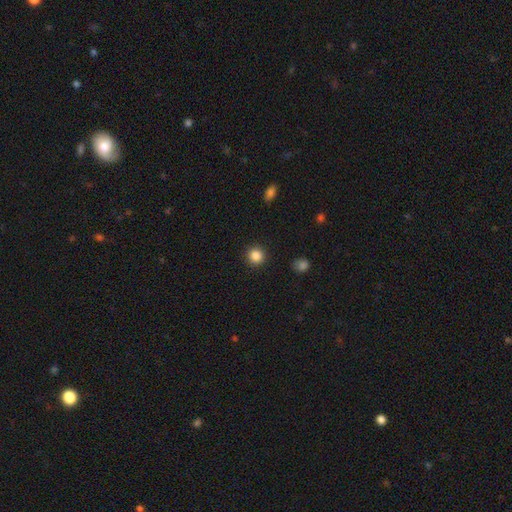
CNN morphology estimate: Smooth or featured?
  - smooth: 86% *
  - star or artifact: 10%
  - featured or disk: 4%
How rounded?
  - round: 93% *
  - in between: 6%
  - cigar-shaped: 1%
Merging?
  - none: 92% *
  - minor disturbance: 5%
  - major disturbance: 2%
  - merger: 1%